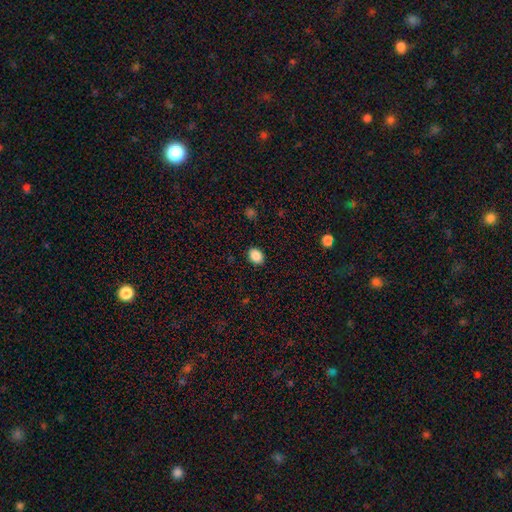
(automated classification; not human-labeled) smooth-or-featured: smooth: 87% | star or artifact: 9% | featured or disk: 4%
  how-rounded: in between: 64% | round: 36% | cigar-shaped: 1%
  merging: none: 89% | minor disturbance: 8% | major disturbance: 2% | merger: 1%